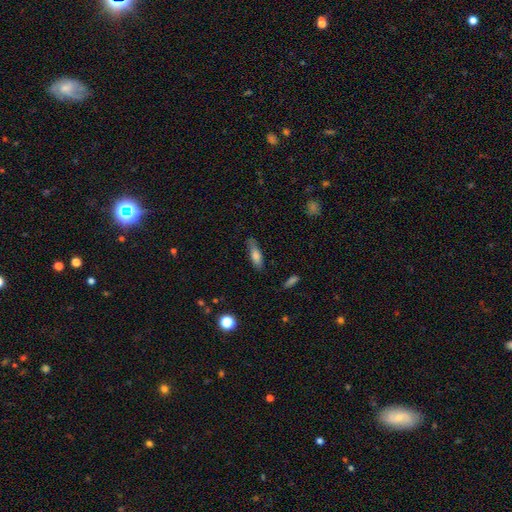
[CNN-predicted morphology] A smooth galaxy with no disk features (74%) that is cigar-shaped (49%).

Vote fractions:
- Smooth or featured? smooth: 74% / featured or disk: 18% / star or artifact: 8%
- How rounded? cigar-shaped: 49% / in between: 48% / round: 2%
- Merging? none: 71% / minor disturbance: 22% / major disturbance: 5% / merger: 2%